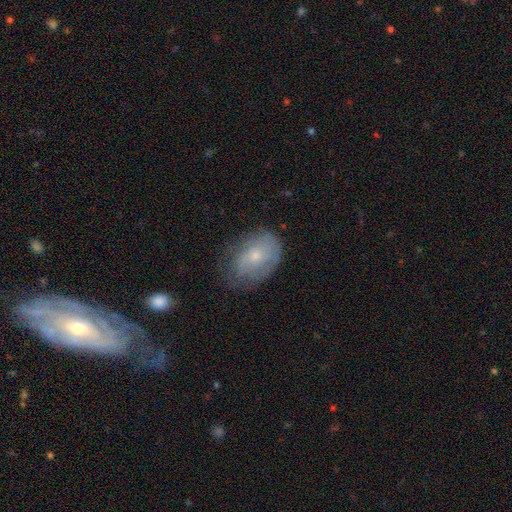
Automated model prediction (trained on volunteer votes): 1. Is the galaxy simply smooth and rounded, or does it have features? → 52% smooth, 40% featured or disk, 8% star or artifact.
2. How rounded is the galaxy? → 78% in between, 21% round, 1% cigar-shaped.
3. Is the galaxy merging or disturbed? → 56% none, 30% minor disturbance, 13% major disturbance, 2% merger.